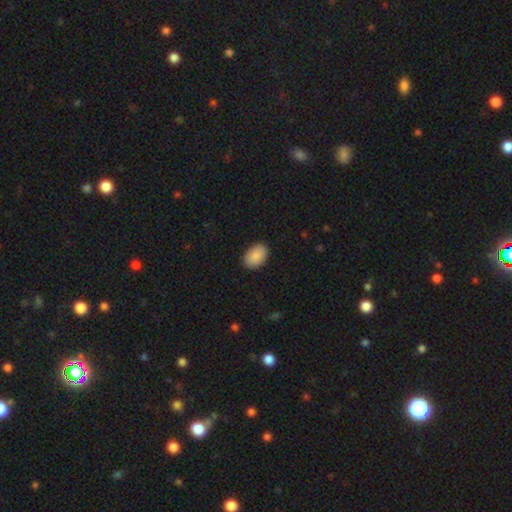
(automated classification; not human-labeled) Smooth or featured?
  - smooth: 89% *
  - star or artifact: 6%
  - featured or disk: 4%
How rounded?
  - in between: 86% *
  - round: 13%
  - cigar-shaped: 1%
Merging?
  - none: 89% *
  - minor disturbance: 8%
  - major disturbance: 2%
  - merger: 1%